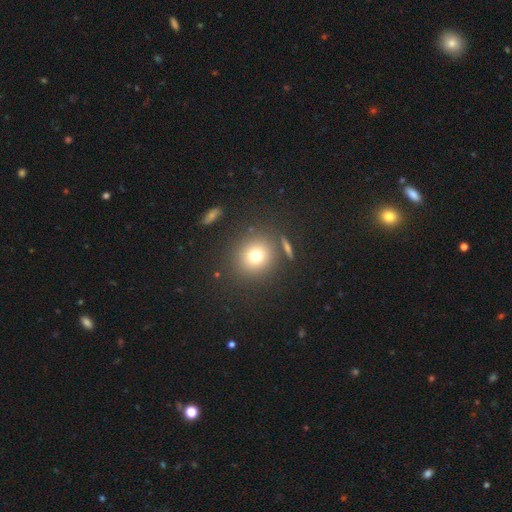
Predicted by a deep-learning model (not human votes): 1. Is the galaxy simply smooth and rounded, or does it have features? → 74% smooth, 16% star or artifact, 11% featured or disk.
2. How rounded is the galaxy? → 88% round, 11% in between, 1% cigar-shaped.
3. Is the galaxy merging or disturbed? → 83% none, 8% minor disturbance, 5% merger, 4% major disturbance.